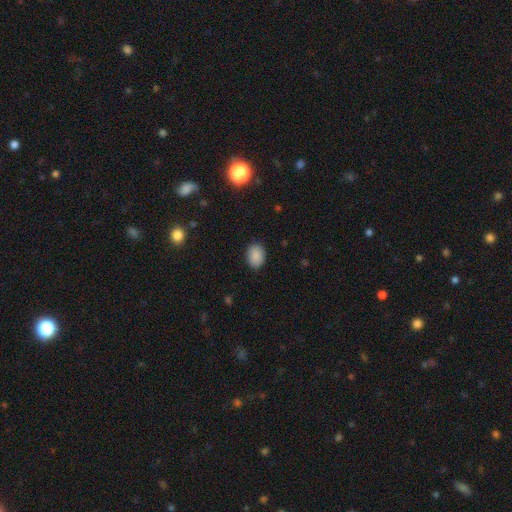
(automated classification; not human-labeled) The model was most divided on "how rounded": in between: 71%, round: 28%, cigar-shaped: 1%. More confident: merging — none (88%); smooth or featured — smooth (88%).